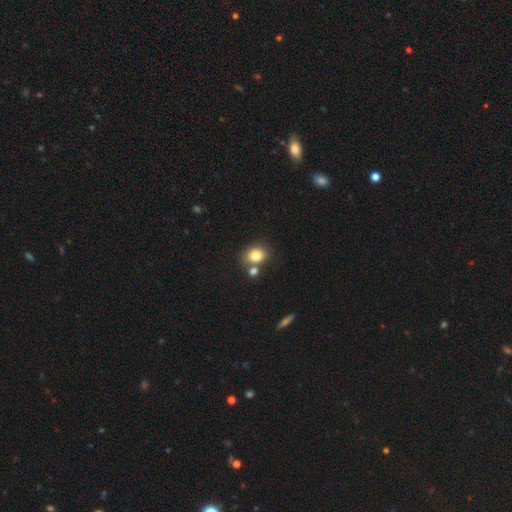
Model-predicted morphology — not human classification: Smooth or featured?
  - smooth: 81% *
  - star or artifact: 11%
  - featured or disk: 9%
How rounded?
  - round: 55% *
  - in between: 44%
  - cigar-shaped: 1%
Merging?
  - none: 59% *
  - merger: 26%
  - minor disturbance: 11%
  - major disturbance: 3%